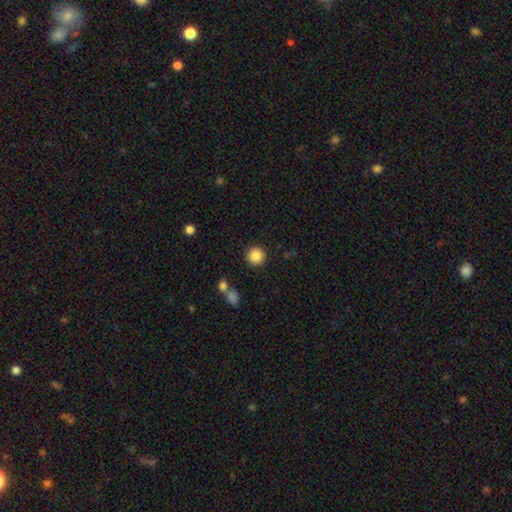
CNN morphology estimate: Overall: smooth (86%). How rounded: round (95%). Merging: none (90%).